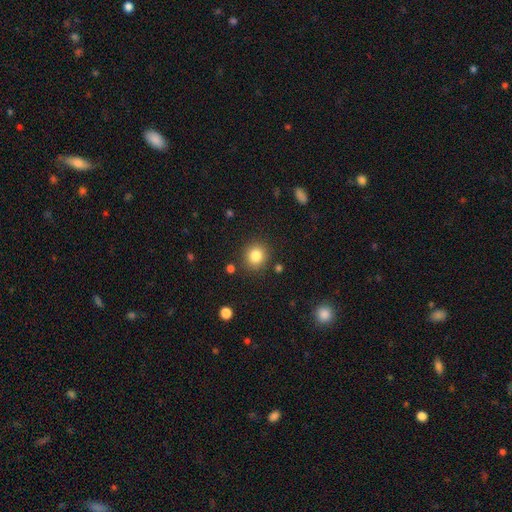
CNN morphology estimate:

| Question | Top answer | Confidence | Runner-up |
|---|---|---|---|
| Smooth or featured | smooth | 83% | star or artifact (11%) |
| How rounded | round | 86% | in between (13%) |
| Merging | none | 87% | minor disturbance (8%) |